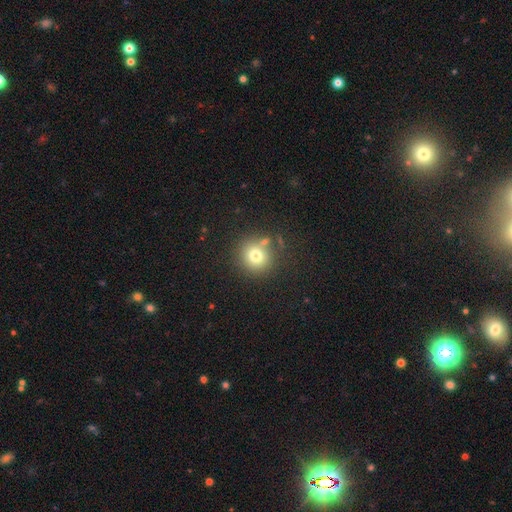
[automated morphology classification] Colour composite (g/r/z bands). It shows a smooth galaxy with no disk features (75%) that is round (90%). Merging: none (76%).